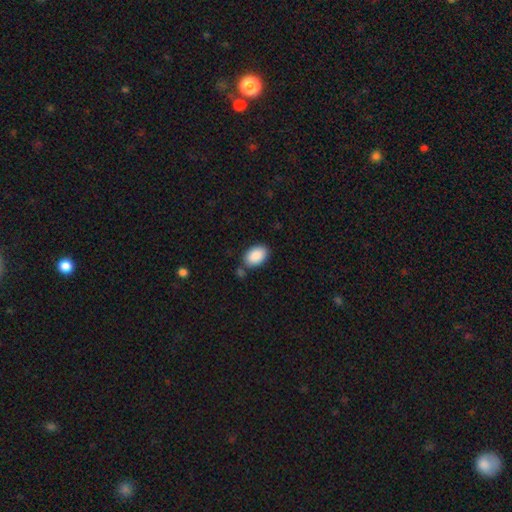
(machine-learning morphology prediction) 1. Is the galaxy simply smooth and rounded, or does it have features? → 90% smooth, 6% star or artifact, 4% featured or disk.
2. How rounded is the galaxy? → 90% in between, 9% round, 1% cigar-shaped.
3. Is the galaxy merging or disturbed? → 75% none, 14% minor disturbance, 7% merger, 3% major disturbance.